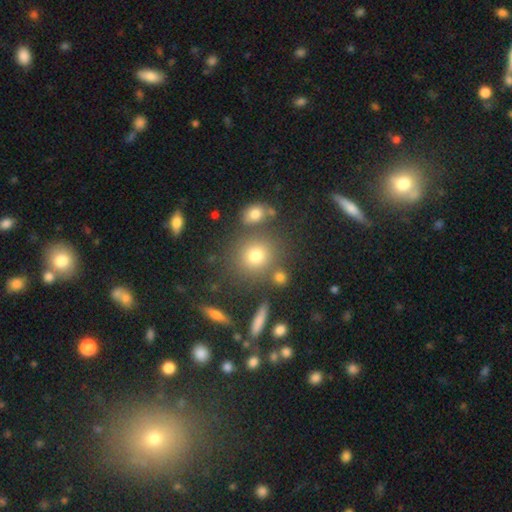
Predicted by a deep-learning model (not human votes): This appears to be a smooth galaxy with no disk features (73%) that is round (81%). Merging: none (75%).